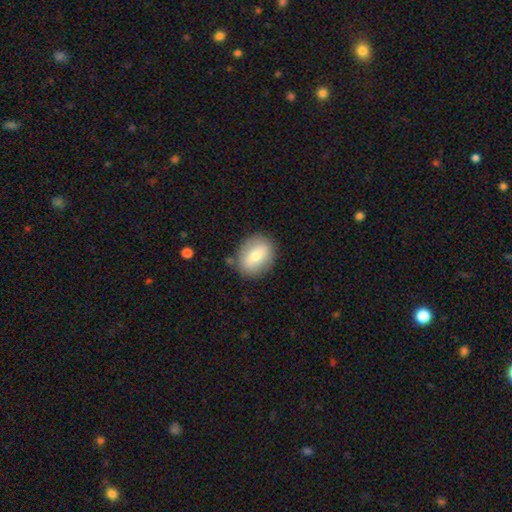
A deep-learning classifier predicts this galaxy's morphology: smooth 69%, featured or disk 24%, star or artifact 7%. Down the decision tree: how rounded — in between (52%); merging — none (81%).